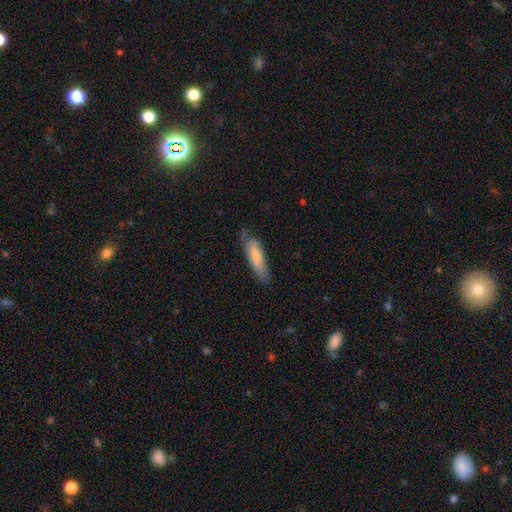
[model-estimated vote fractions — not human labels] Smooth or featured: smooth — 61% (featured or disk — 34%)
How rounded: cigar-shaped — 58% (in between — 40%)
Merging: none — 63% (minor disturbance — 27%)